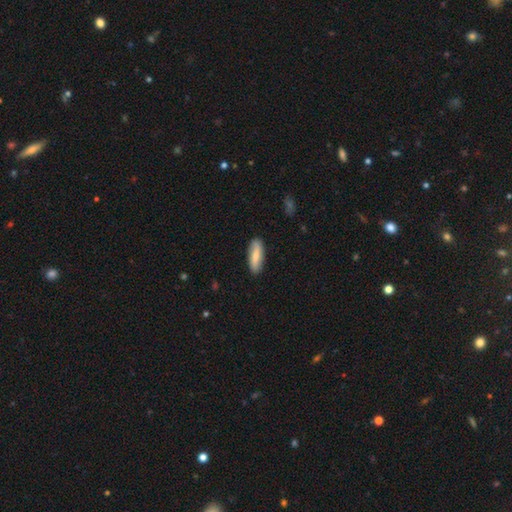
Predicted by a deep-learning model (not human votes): Overall: smooth (73%). How rounded: in between (54%; cigar-shaped 44%). Merging: none (86%).